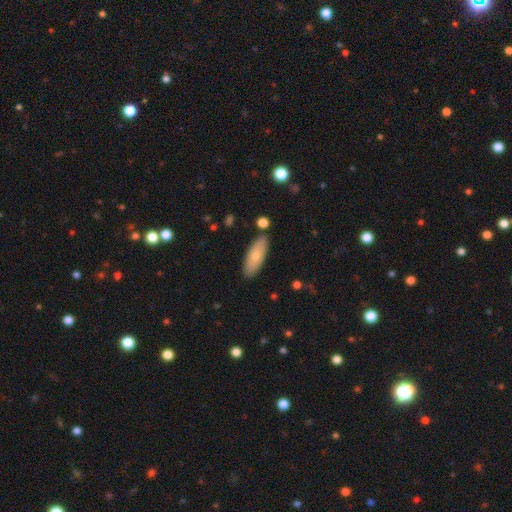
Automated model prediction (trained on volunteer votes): A smooth galaxy with no disk features (73%) that is in between round and cigar-shaped (69%). Merging: none (84%).